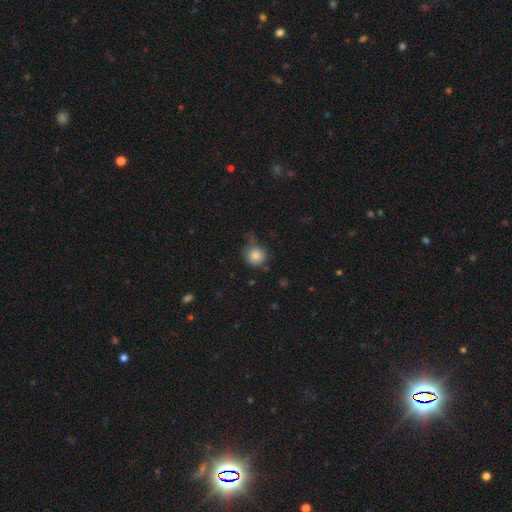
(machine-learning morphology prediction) smooth-or-featured: smooth: 84% | star or artifact: 9% | featured or disk: 7%
  how-rounded: round: 90% | in between: 9% | cigar-shaped: 1%
  merging: none: 54% | minor disturbance: 29% | major disturbance: 12% | merger: 5%